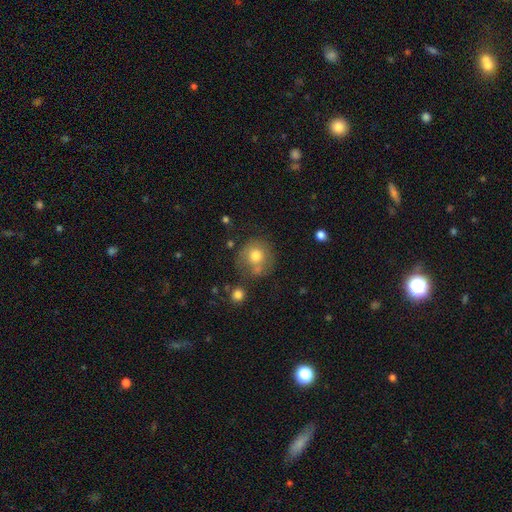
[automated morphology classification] This appears to be a smooth galaxy with no disk features (72%) that is round (87%). Merging: none (54%).